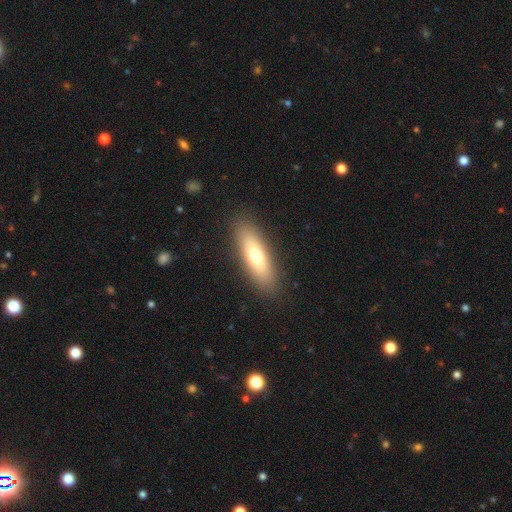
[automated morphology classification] This appears to be a smooth galaxy with no disk features (67%) that is cigar-shaped (51%). Merging: none (89%).